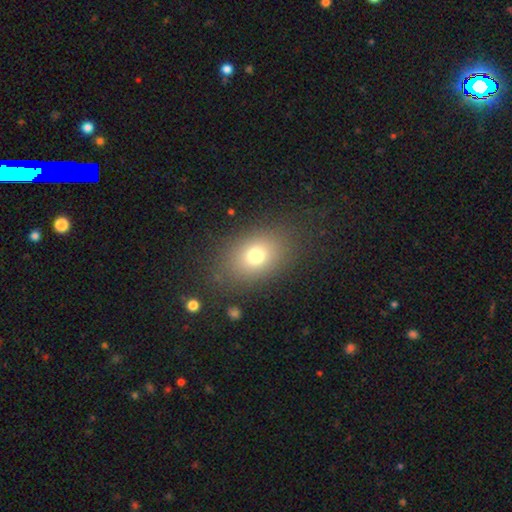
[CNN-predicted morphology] A smooth galaxy with no disk features (74%) that is in between round and cigar-shaped (72%).

Vote fractions:
- Smooth or featured? smooth: 74% / star or artifact: 13% / featured or disk: 13%
- How rounded? in between: 72% / round: 27% / cigar-shaped: 1%
- Merging? none: 81% / minor disturbance: 11% / major disturbance: 6% / merger: 2%